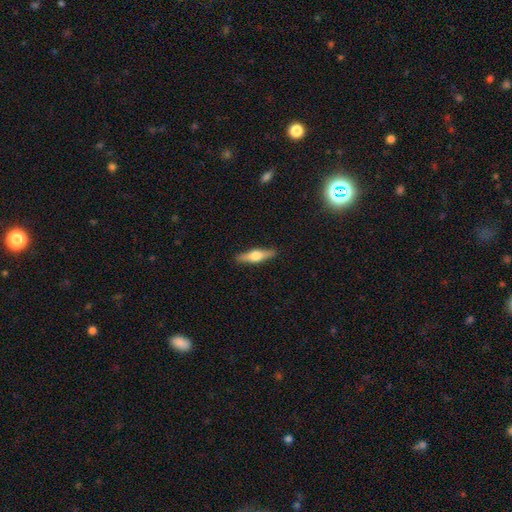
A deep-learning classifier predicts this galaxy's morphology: Overall: featured or disk (53%; smooth 41%). Edge-on disk: yes (95%). Edge-on bulge: rounded (93%). Merging: none (91%).